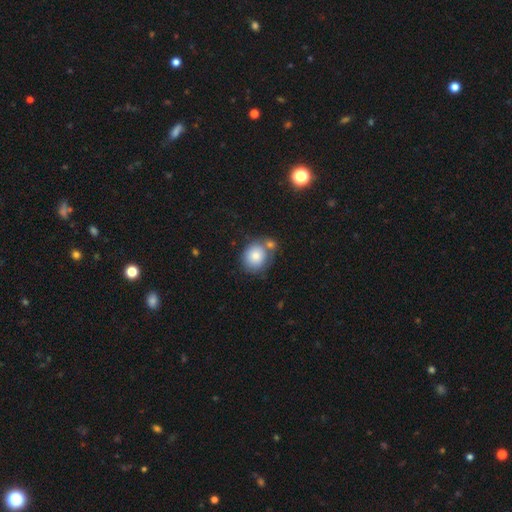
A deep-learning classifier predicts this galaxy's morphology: type=smooth (79%); roundness=round (74%); merging=none (53%).